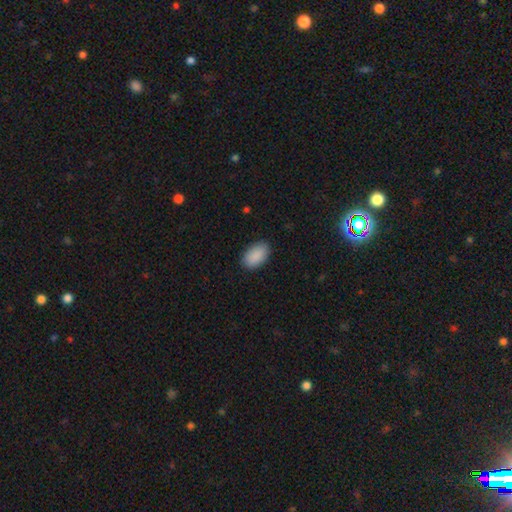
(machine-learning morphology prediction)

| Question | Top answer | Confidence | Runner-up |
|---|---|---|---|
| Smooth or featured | smooth | 91% | star or artifact (6%) |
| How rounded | in between | 94% | round (4%) |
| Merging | none | 87% | minor disturbance (10%) |